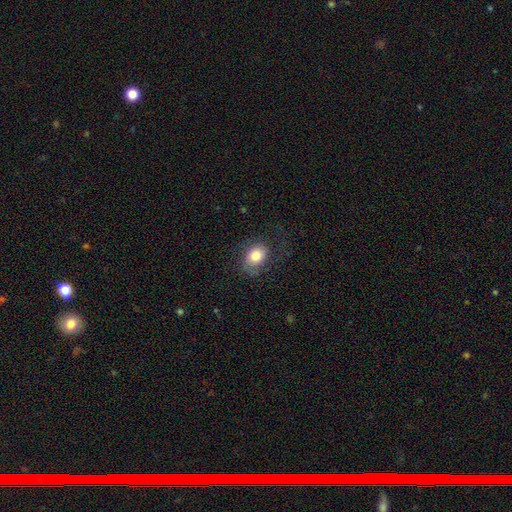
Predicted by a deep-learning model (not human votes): This appears to be a smooth galaxy with no disk features (74%) that is in between round and cigar-shaped (65%). Merging: none (60%).